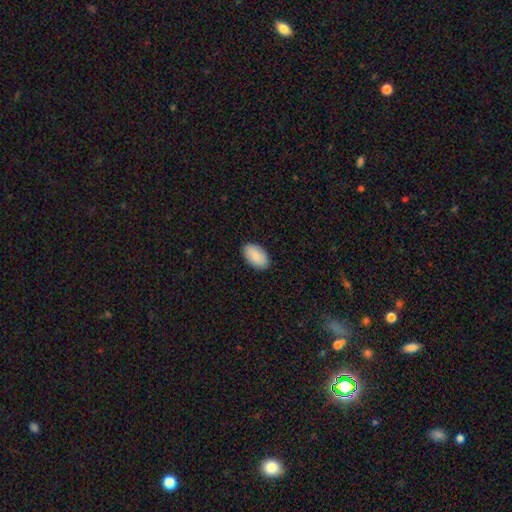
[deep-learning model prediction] Smooth or featured? Predicted: smooth (p=0.87). How rounded? Predicted: in between (p=0.95). Merging? Predicted: none (p=0.88).